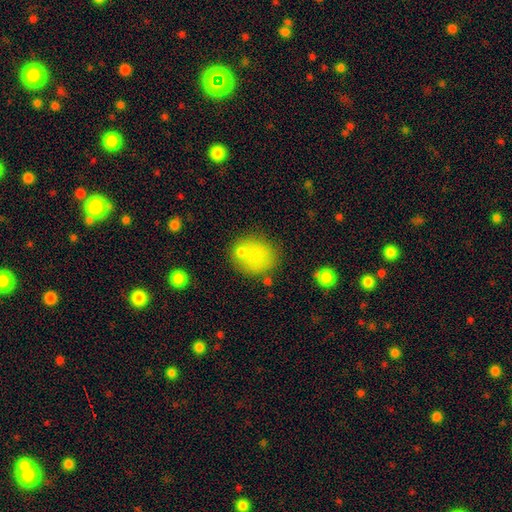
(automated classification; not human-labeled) Smooth or featured? smooth (78%)
How rounded? round (77%)
Merging? none (63%)